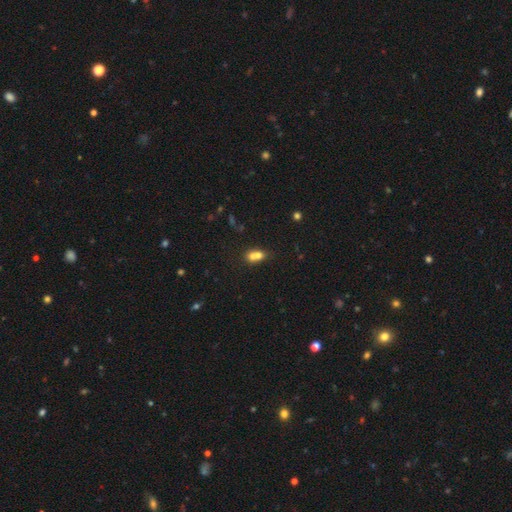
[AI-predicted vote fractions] smooth_or_featured: smooth (p=0.69) [alt: featured or disk p=0.19]
how_rounded: in between (p=0.52) [alt: round p=0.45]
merging: merger (p=0.66) [alt: none p=0.23]